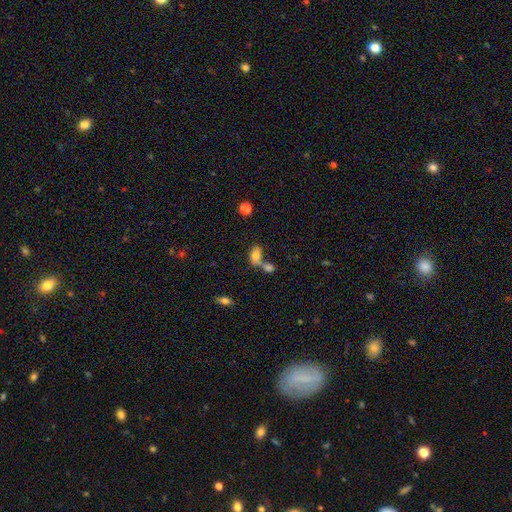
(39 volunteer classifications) Smooth or featured: smooth — 79% (featured or disk — 13%)
How rounded: in between — 90% (cigar-shaped — 6%)
Merging: merger — 47% (none — 44%)